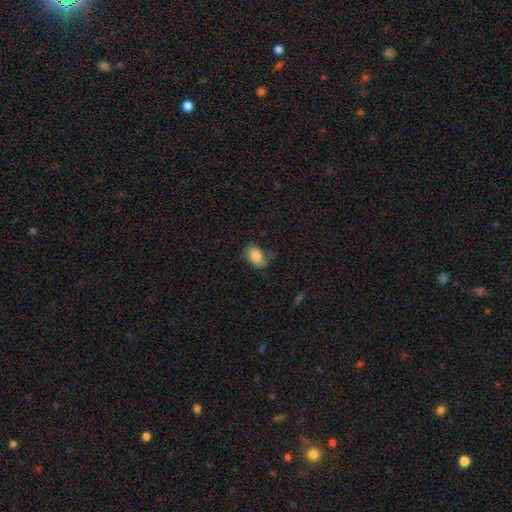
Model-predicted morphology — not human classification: This is clearly a smooth galaxy (85%). How rounded: clearly in between (84%). Merging: likely none (63%).